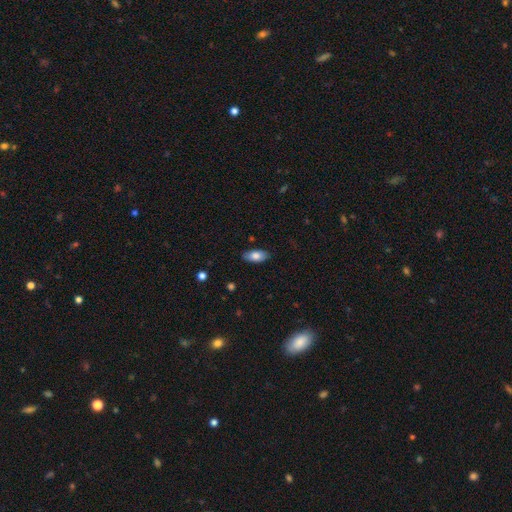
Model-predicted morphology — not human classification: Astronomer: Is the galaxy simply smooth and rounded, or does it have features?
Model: smooth — 80%.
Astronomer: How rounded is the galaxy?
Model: in between — 91%.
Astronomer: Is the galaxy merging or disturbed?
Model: none — 87%.